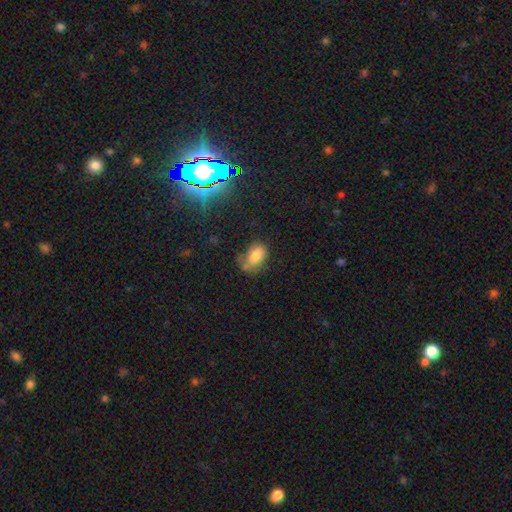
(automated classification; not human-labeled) This appears to be a smooth galaxy with no disk features (76%) that is in between round and cigar-shaped (86%). Merging: none (48%).